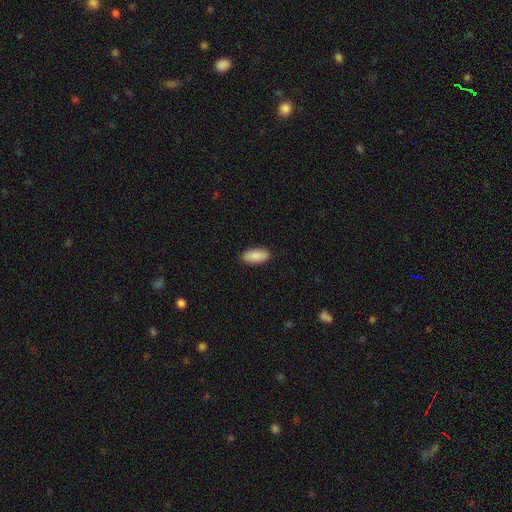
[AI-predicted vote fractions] Q: Smooth or featured?
A: smooth (89%); runner-up: star or artifact (6%)
Q: How rounded?
A: in between (89%); runner-up: cigar-shaped (9%)
Q: Merging?
A: none (89%); runner-up: minor disturbance (8%)